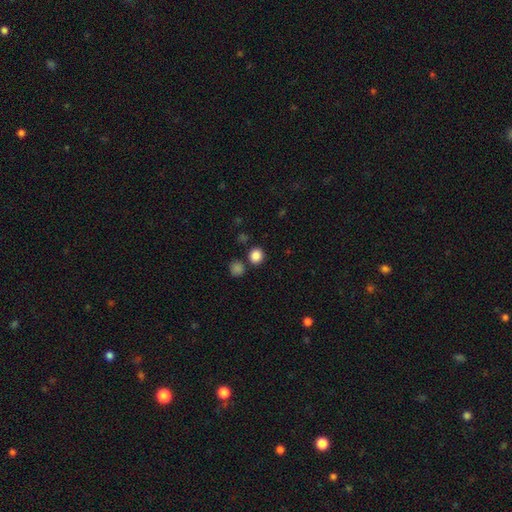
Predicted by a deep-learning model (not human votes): Morphology: type=smooth (85%); roundness=round (84%); merging=none (81%).